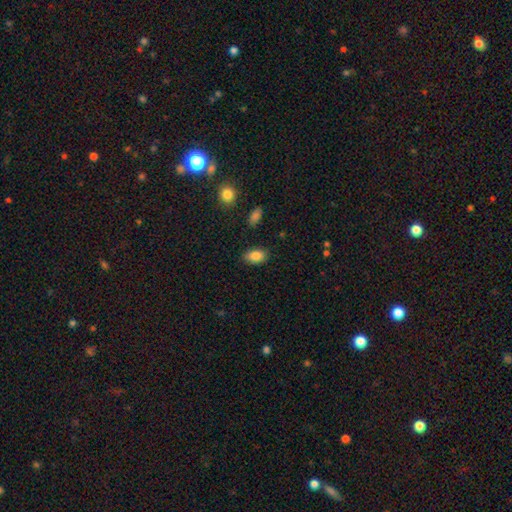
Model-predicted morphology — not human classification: smooth-or-featured: smooth: 86% | star or artifact: 8% | featured or disk: 6%
  how-rounded: in between: 89% | round: 9% | cigar-shaped: 2%
  merging: none: 86% | minor disturbance: 10% | major disturbance: 2% | merger: 1%